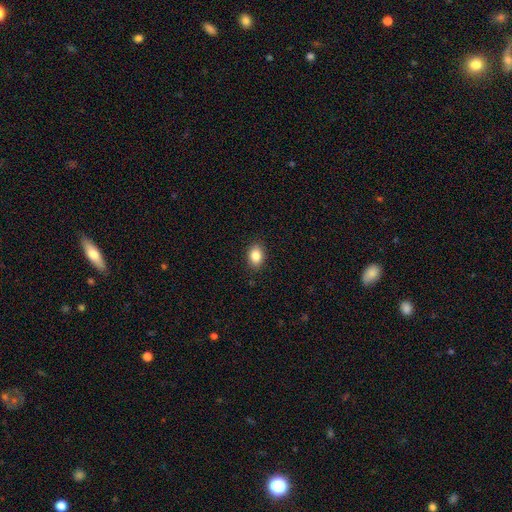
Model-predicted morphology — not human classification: Smooth or featured: smooth — 85% (star or artifact — 9%)
How rounded: in between — 73% (round — 26%)
Merging: none — 89% (minor disturbance — 8%)